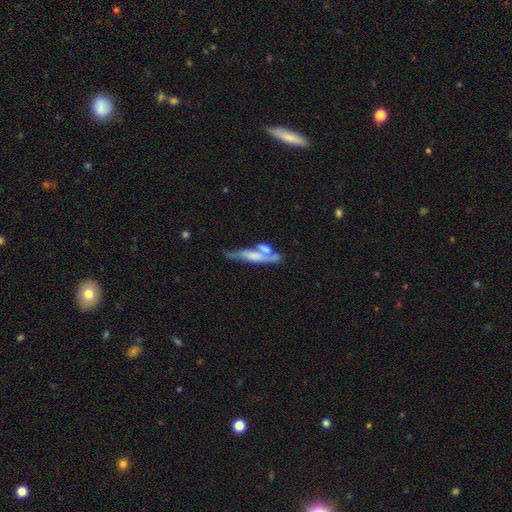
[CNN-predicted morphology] A featured or disk galaxy (55%) viewed edge-on (62%). Merging: merger (38%).